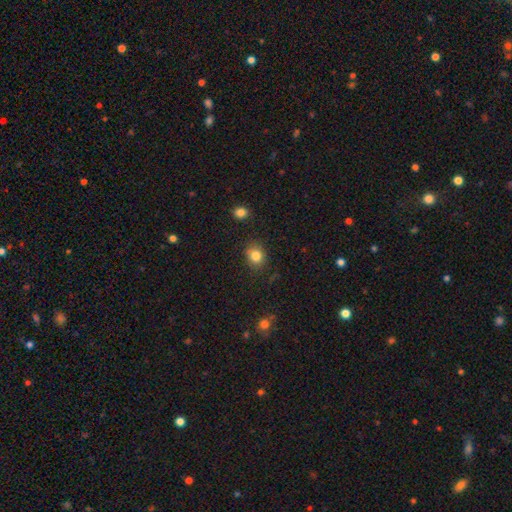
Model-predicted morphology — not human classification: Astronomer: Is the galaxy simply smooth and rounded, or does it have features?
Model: smooth — 83%.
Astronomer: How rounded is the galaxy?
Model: round — 63%.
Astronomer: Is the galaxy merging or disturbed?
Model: none — 82%.